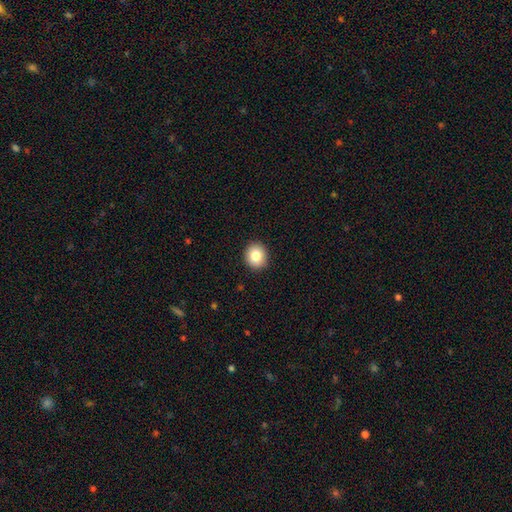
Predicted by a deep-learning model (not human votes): Smooth or featured? Predicted: smooth (p=0.83). How rounded? Predicted: round (p=0.79). Merging? Predicted: none (p=0.91).